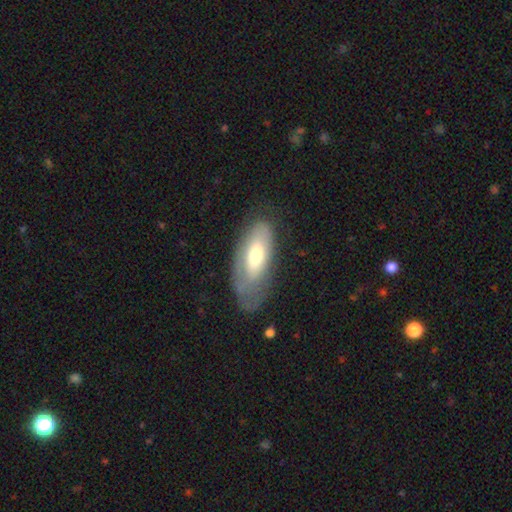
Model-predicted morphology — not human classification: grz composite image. It shows a smooth galaxy with no disk features (55%) that is in between round and cigar-shaped (83%). Merging: none (53%).